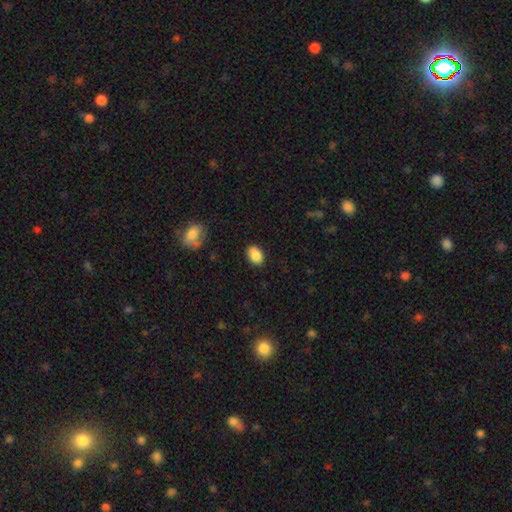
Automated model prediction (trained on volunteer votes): Smooth or featured? smooth (87%)
How rounded? in between (84%)
Merging? none (83%)